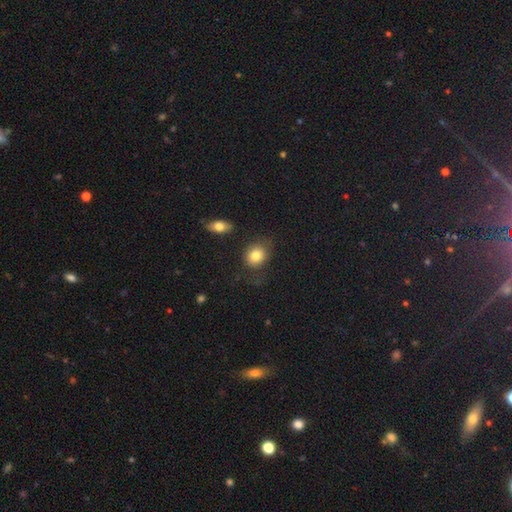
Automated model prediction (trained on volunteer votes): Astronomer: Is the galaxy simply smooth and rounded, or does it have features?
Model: smooth — 82%.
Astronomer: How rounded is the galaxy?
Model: round — 62%.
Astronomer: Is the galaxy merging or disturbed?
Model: none — 70%.